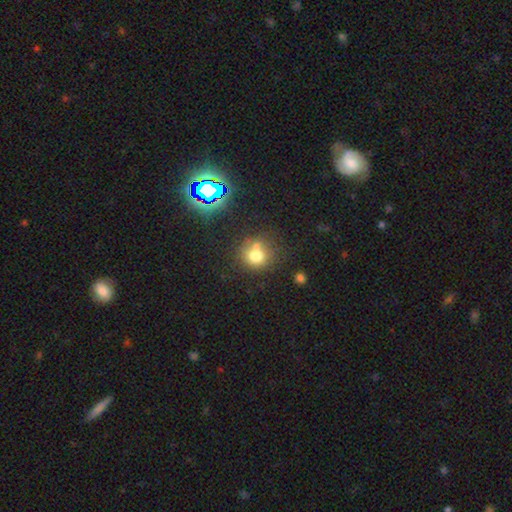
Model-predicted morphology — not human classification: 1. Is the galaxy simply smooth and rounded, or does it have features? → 72% smooth, 16% star or artifact, 12% featured or disk.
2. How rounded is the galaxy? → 86% round, 13% in between, 1% cigar-shaped.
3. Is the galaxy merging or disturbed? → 55% none, 25% merger, 13% minor disturbance, 6% major disturbance.